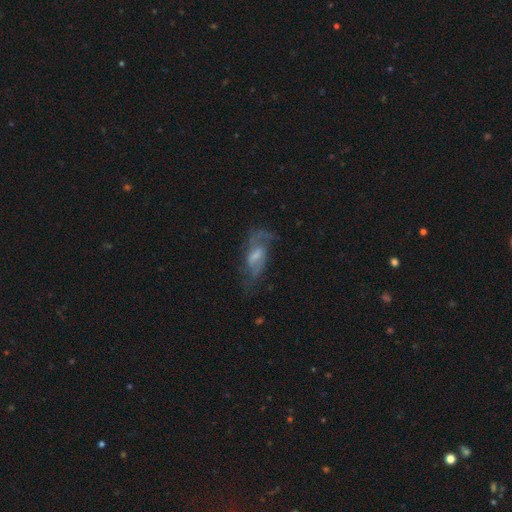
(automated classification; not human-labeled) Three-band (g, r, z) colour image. It shows a featured or disk galaxy (74%) with a weak bar (53%), 2 (74%) medium (44%) spiral arms (87%) and a moderate central bulge (34%). Merging: none (56%).